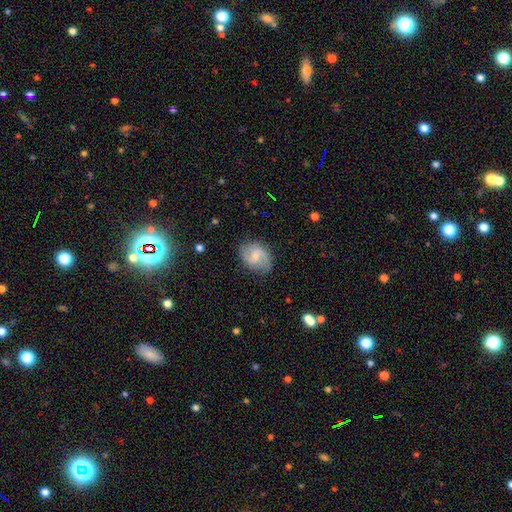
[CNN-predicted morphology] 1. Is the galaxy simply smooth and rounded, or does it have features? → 65% featured or disk, 28% smooth, 7% star or artifact.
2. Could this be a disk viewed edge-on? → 97% no, 3% yes.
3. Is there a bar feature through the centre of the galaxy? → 53% weak, 37% no, 10% strong.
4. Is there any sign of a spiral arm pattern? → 92% yes, 8% no.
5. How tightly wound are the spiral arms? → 46% medium, 37% loose, 17% tight.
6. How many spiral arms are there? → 87% 2, 7% can't tell, 3% 1, 1% 3, 1% 4, 1% more than 4.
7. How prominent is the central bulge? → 54% small, 35% moderate, 8% none, 2% large, 1% dominant.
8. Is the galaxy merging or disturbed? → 76% none, 17% minor disturbance, 5% major disturbance, 1% merger.